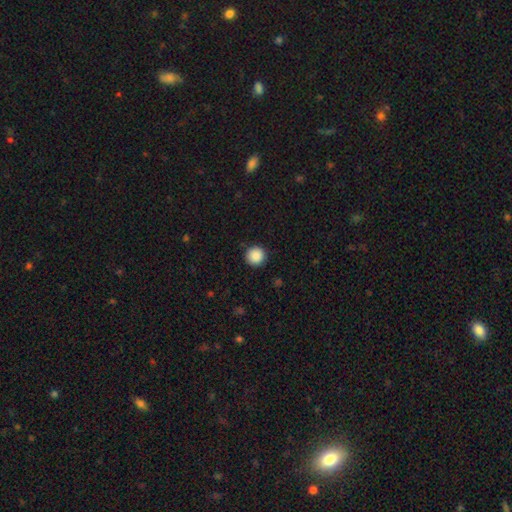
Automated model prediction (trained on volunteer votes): This is clearly a smooth galaxy (89%). How rounded: clearly round (96%). Merging: clearly none (91%).